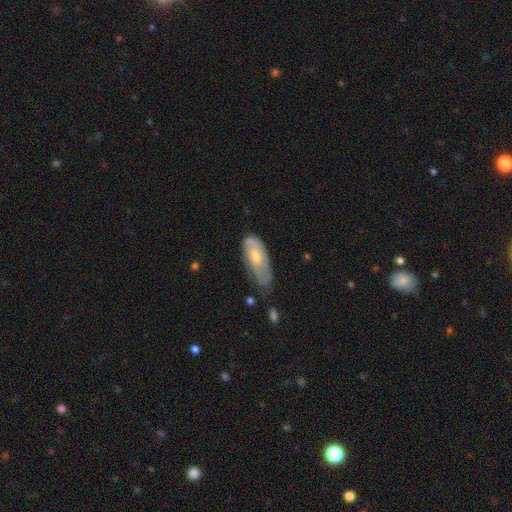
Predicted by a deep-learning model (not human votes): Q: Smooth or featured?
A: smooth (49%); runner-up: featured or disk (44%)
Q: Merging?
A: none (50%); runner-up: minor disturbance (36%)